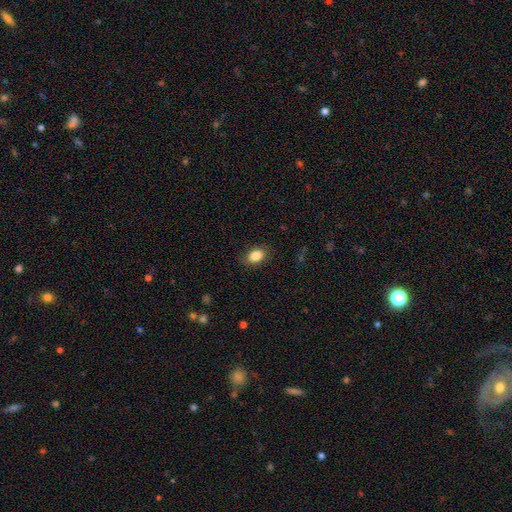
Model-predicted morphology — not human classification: Smooth or featured? smooth (86%)
How rounded? in between (79%)
Merging? none (85%)